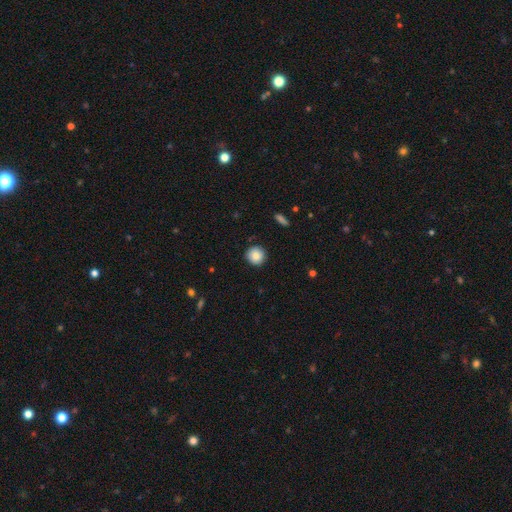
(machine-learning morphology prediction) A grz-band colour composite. It shows a smooth galaxy with no disk features (85%) that is round (94%). Merging: none (90%).